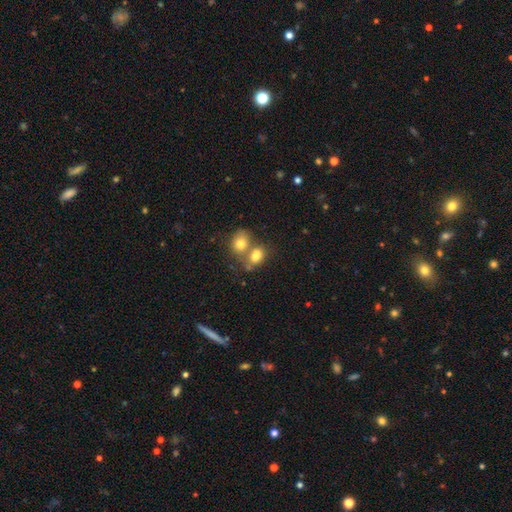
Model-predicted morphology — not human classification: smooth 77%, featured or disk 13%, star or artifact 10%. Down the decision tree: how rounded — in between (69%); merging — merger (61%).